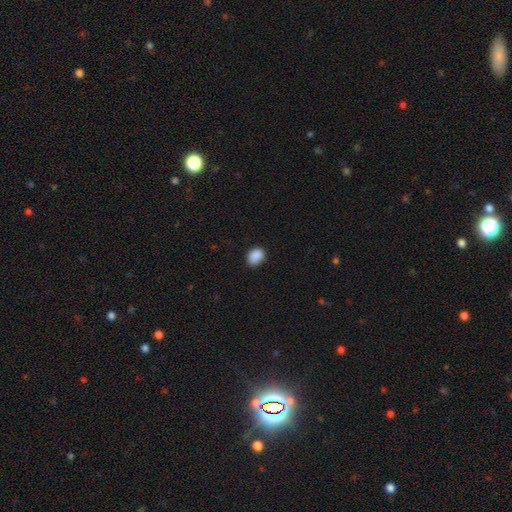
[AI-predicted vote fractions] smooth_or_featured: smooth (p=0.89) [alt: star or artifact p=0.08]
how_rounded: in between (p=0.72) [alt: round p=0.27]
merging: none (p=0.84) [alt: minor disturbance p=0.13]